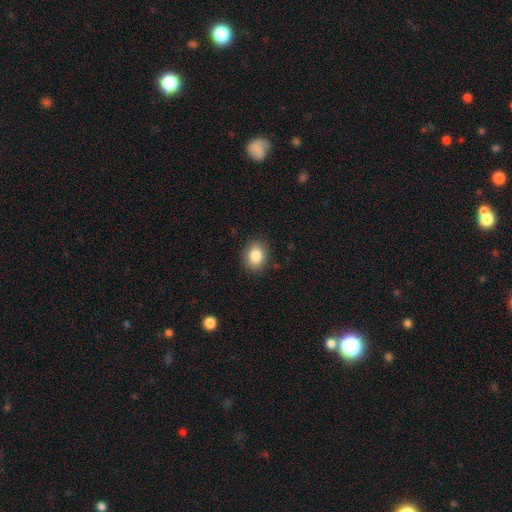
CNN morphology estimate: smooth 86%, star or artifact 9%, featured or disk 6%. Down the decision tree: how rounded — in between (56%); merging — none (87%).